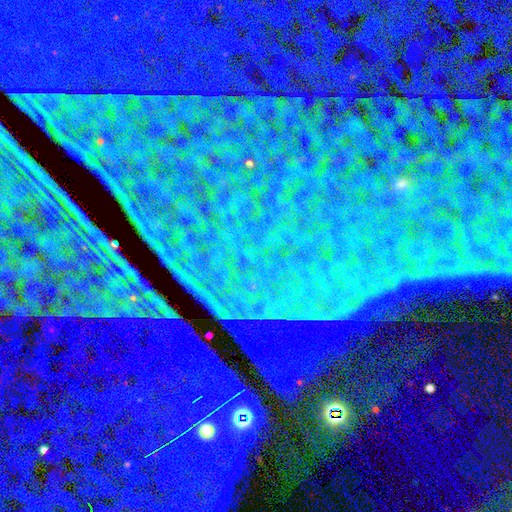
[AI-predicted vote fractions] Morphology: type=star or artifact (86%).